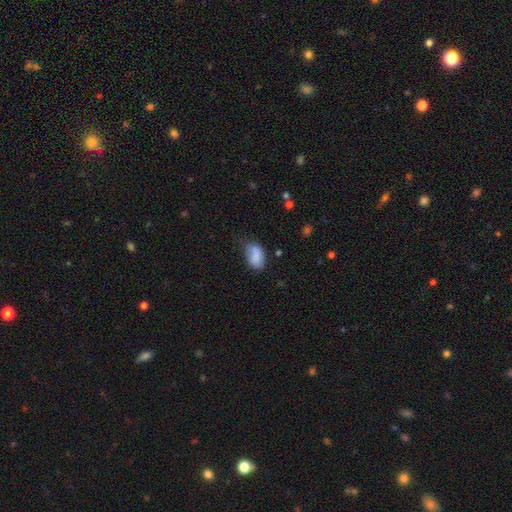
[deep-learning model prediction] This is likely a smooth galaxy (79%). How rounded: clearly in between (88%). Merging: marginally none (44%).